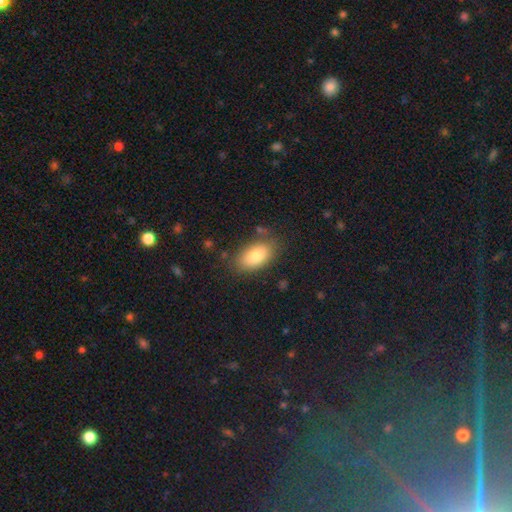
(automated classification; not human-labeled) Morphology: type=smooth (83%); roundness=in between (92%); merging=none (78%).